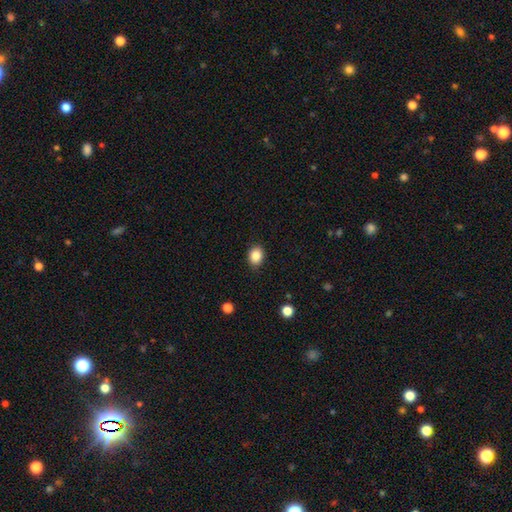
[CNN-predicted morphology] A smooth galaxy with no disk features (87%) that is in between round and cigar-shaped (58%). Merging: none (88%).